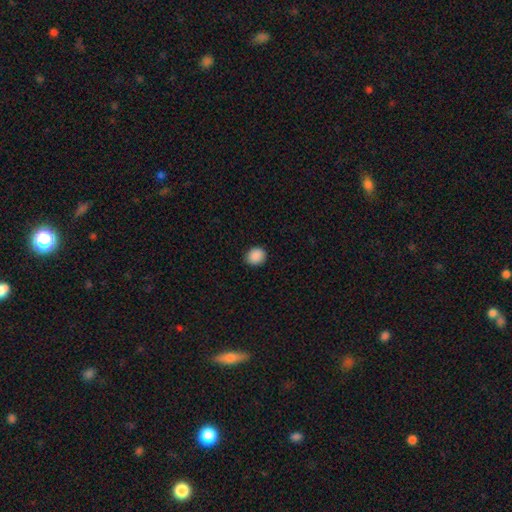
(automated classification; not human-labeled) Smooth or featured?
  - smooth: 89% *
  - star or artifact: 9%
  - featured or disk: 2%
How rounded?
  - round: 73% *
  - in between: 26%
  - cigar-shaped: 1%
Merging?
  - none: 89% *
  - minor disturbance: 8%
  - major disturbance: 2%
  - merger: 1%